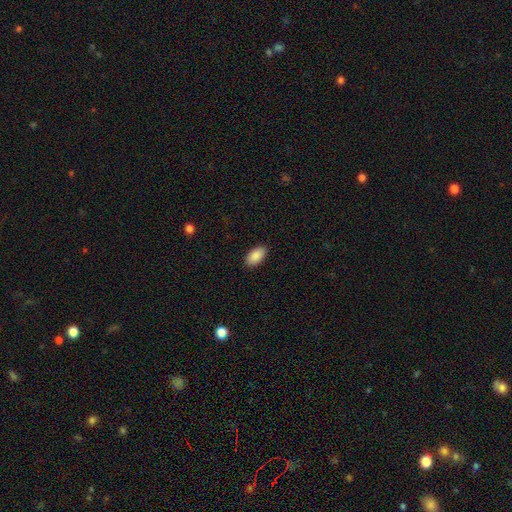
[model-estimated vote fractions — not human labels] Smooth or featured? Predicted: smooth (p=0.90). How rounded? Predicted: in between (p=0.95). Merging? Predicted: none (p=0.89).